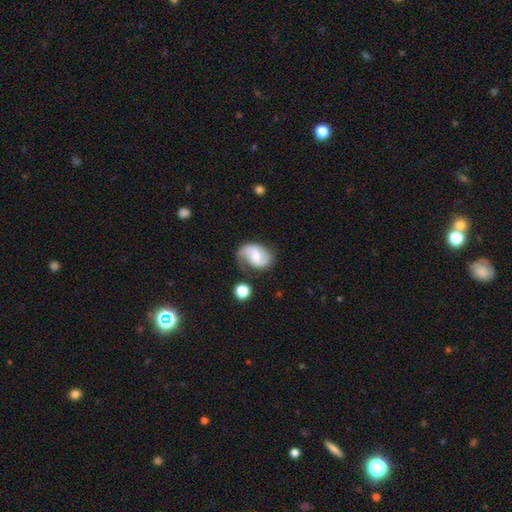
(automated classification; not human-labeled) Overall: featured or disk (74%). Edge-on disk: no (98%). Bar: no (44%, tied with weak). Spiral arms: yes (94%). Spiral arm count: 2 (88%). Spiral winding: medium (45%; loose 38%). Bulge size: moderate (48%; small 38%). Merging: none (66%).